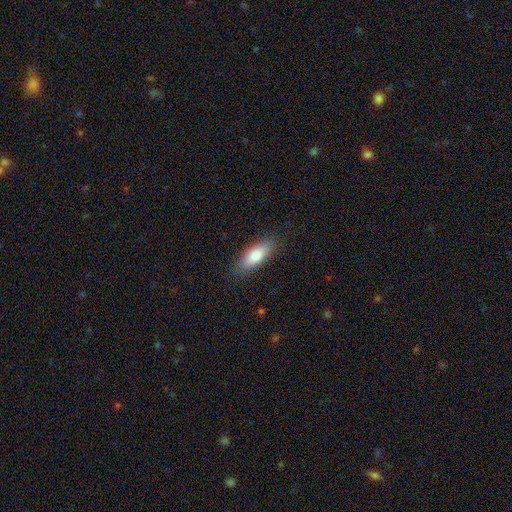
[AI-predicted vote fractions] Overall: smooth (78%). How rounded: in between (74%). Merging: none (84%).